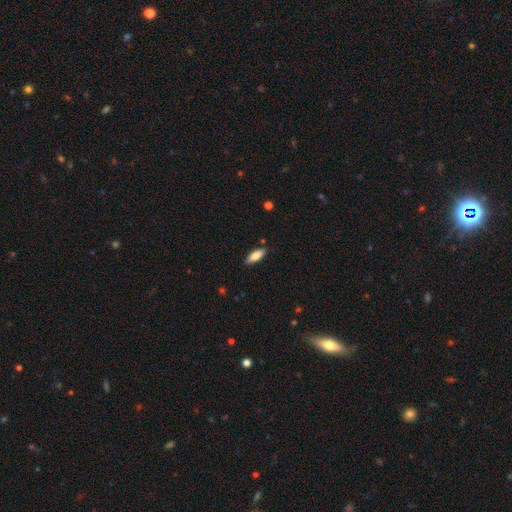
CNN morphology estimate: This appears to be a smooth galaxy with no disk features (83%) that is in between round and cigar-shaped (72%). Merging: none (85%).